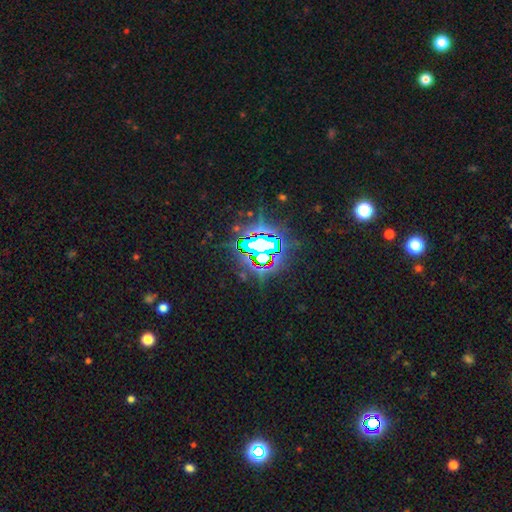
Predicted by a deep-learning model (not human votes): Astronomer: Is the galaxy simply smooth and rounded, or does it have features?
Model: star or artifact — 84%.